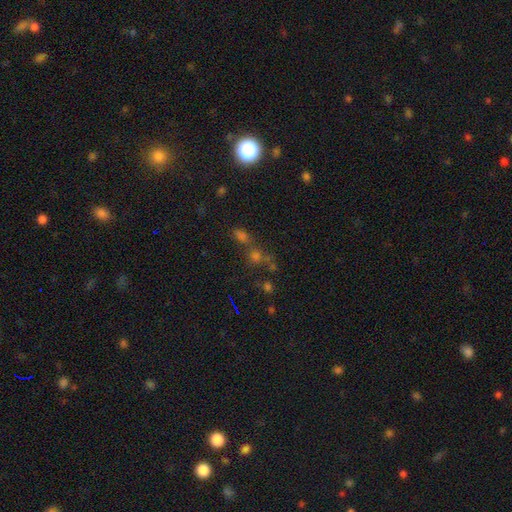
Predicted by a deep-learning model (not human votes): Smooth or featured? Predicted: star or artifact (p=0.47).